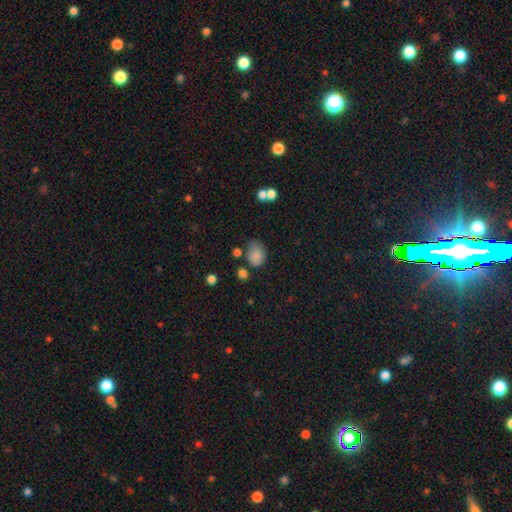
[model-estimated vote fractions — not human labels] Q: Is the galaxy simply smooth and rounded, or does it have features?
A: smooth — 80%.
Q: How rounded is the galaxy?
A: in between — 62%.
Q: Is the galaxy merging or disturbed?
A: none — 46%.